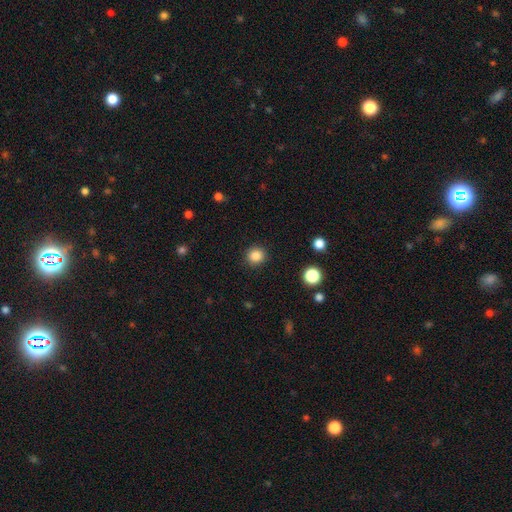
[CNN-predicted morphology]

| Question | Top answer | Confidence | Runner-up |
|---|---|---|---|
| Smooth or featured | smooth | 86% | star or artifact (11%) |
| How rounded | round | 91% | in between (8%) |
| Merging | none | 91% | minor disturbance (6%) |